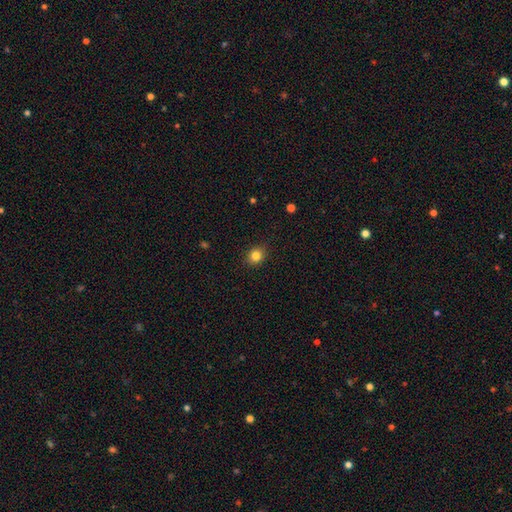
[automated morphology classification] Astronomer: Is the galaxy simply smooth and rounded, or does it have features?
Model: smooth — 83%.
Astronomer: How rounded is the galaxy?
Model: round — 72%.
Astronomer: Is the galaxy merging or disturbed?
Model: none — 89%.